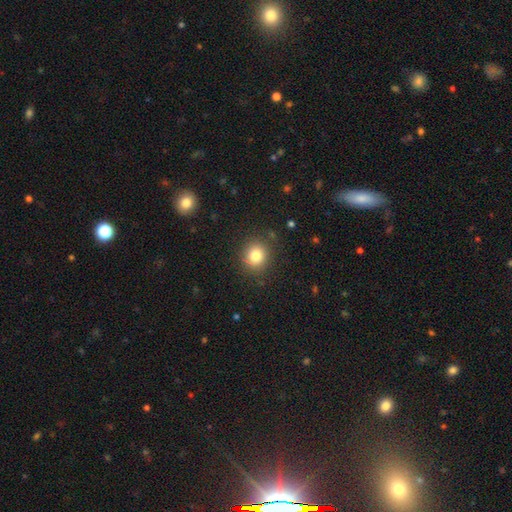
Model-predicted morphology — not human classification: smooth 81%, star or artifact 12%, featured or disk 8%. Down the decision tree: how rounded — round (84%); merging — none (87%).